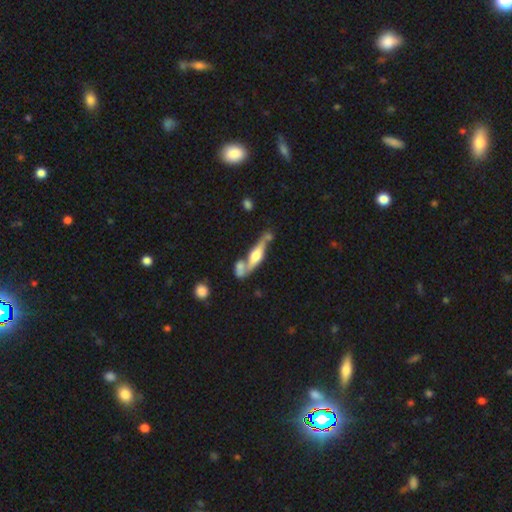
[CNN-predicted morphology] type=featured or disk (66%); edge-on=yes (87%); edge-on bulge=rounded (85%); merging=none (50%).